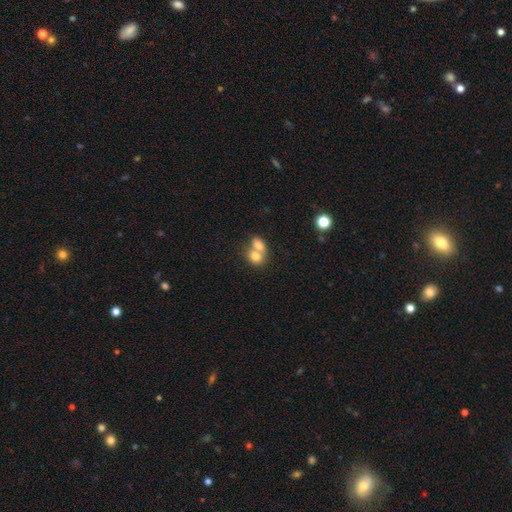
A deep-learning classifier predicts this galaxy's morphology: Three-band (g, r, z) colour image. It shows a smooth galaxy with no disk features (76%) that is in between round and cigar-shaped (60%). Merging: merger (69%).